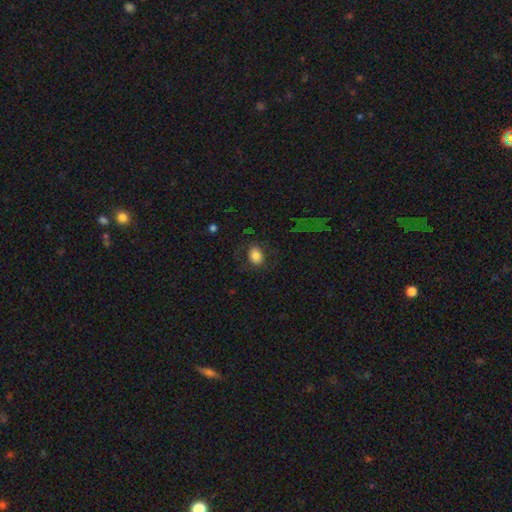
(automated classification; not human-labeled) The model was most divided on "how rounded": in between: 55%, round: 44%, cigar-shaped: 1%. More confident: smooth or featured — smooth (78%); merging — none (74%).